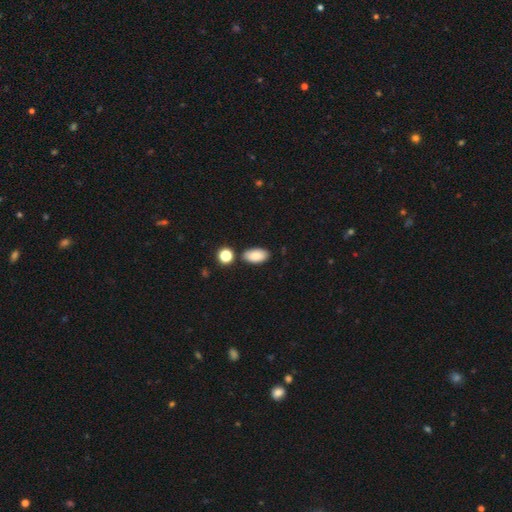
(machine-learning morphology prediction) Smooth or featured: smooth — 85% (star or artifact — 8%)
How rounded: in between — 94% (round — 4%)
Merging: none — 81% (minor disturbance — 10%)